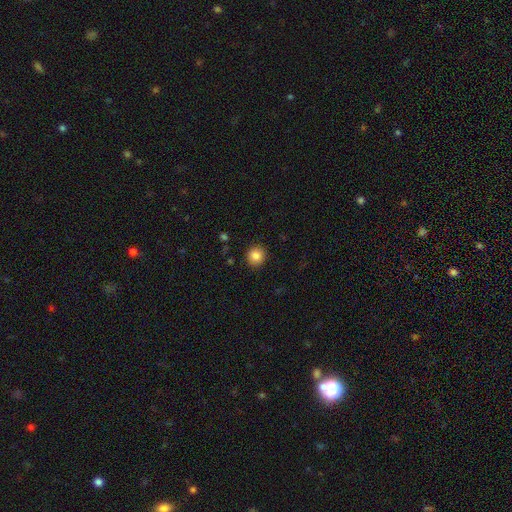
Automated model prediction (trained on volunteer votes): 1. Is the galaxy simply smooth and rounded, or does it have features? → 85% smooth, 10% star or artifact, 5% featured or disk.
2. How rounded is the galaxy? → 90% round, 9% in between, 1% cigar-shaped.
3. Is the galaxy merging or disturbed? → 90% none, 7% minor disturbance, 2% major disturbance, 1% merger.